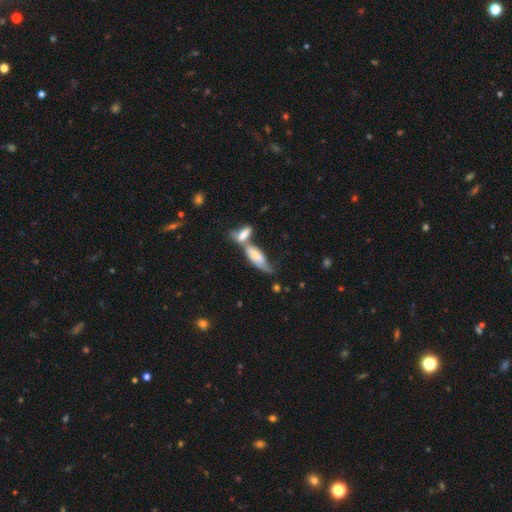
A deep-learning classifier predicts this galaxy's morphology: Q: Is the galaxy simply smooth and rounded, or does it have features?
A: smooth — 60%.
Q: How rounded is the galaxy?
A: in between — 65%.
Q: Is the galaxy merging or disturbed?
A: merger — 57%.